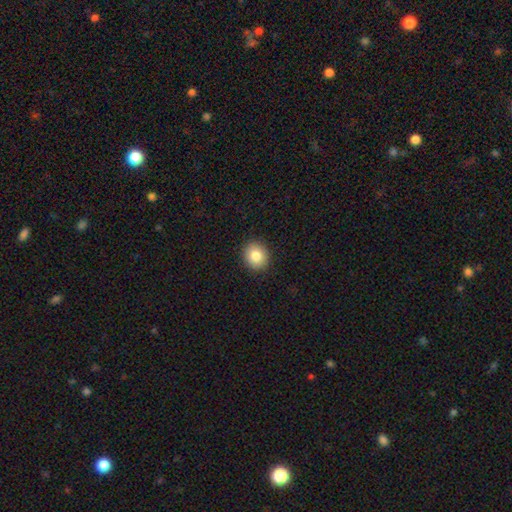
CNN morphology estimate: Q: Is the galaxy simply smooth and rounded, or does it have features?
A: smooth — 82%.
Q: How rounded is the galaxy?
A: round — 81%.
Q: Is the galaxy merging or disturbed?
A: none — 91%.